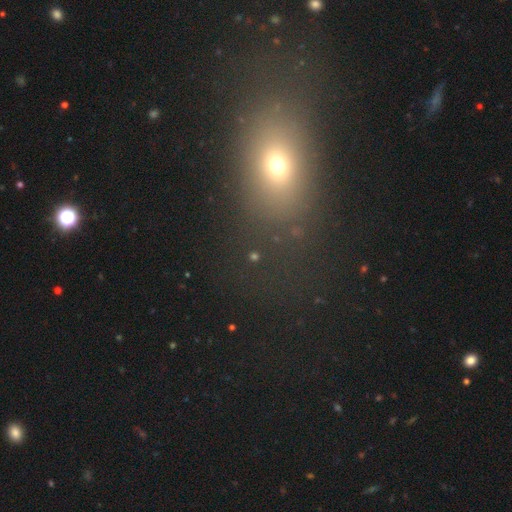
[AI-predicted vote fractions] Q: Smooth or featured?
A: smooth (54%); runner-up: star or artifact (34%)
Q: How rounded?
A: in between (56%); runner-up: round (39%)
Q: Merging?
A: none (75%); runner-up: minor disturbance (11%)